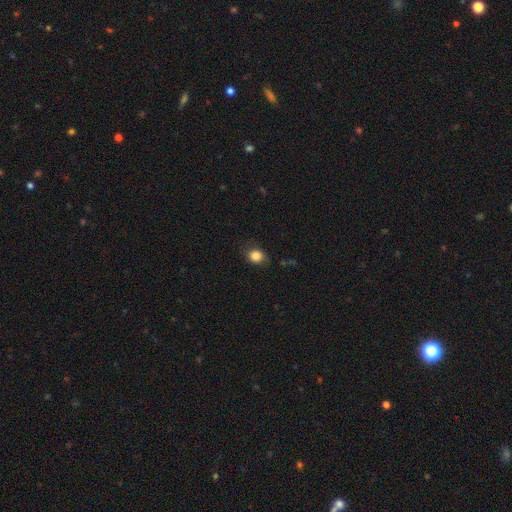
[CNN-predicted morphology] smooth_or_featured: smooth (p=0.84) [alt: star or artifact p=0.10]
how_rounded: round (p=0.66) [alt: in between p=0.33]
merging: none (p=0.71) [alt: minor disturbance p=0.21]